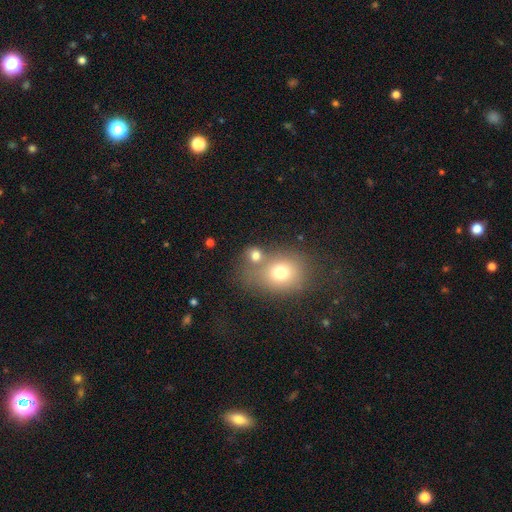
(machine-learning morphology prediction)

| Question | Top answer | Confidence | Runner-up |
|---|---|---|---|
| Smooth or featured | smooth | 75% | star or artifact (13%) |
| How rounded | round | 65% | in between (33%) |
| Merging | none | 47% | merger (35%) |